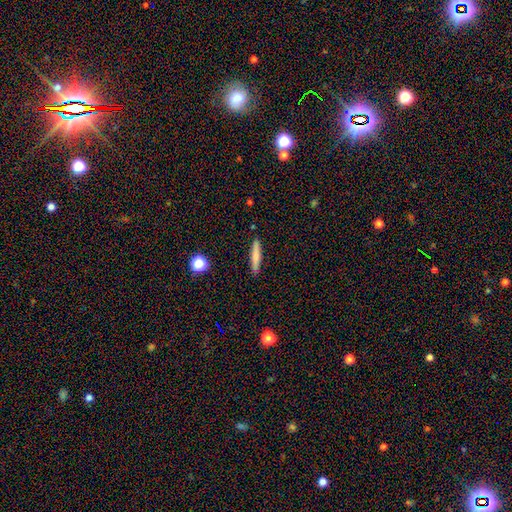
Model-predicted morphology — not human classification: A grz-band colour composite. It shows a smooth galaxy with no disk features (75%) that is cigar-shaped (92%). Merging: none (90%).